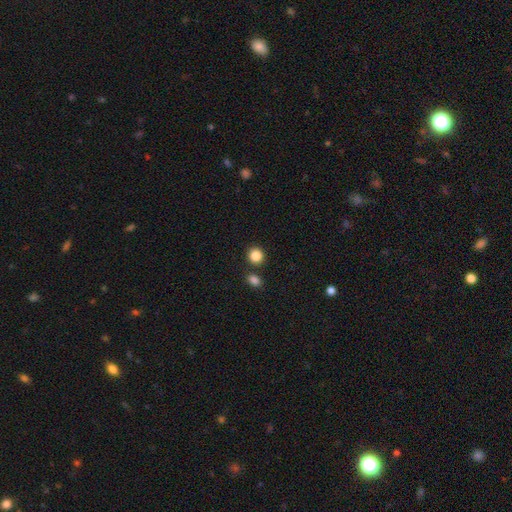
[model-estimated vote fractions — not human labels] A smooth galaxy with no disk features (86%) that is round (85%). Merging: none (81%).